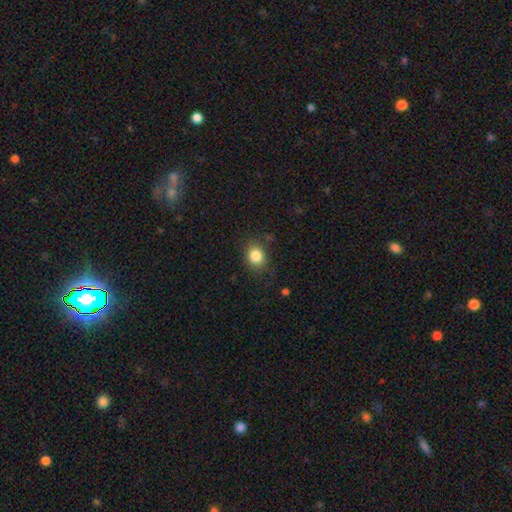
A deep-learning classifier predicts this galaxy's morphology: Smooth or featured? smooth (84%)
How rounded? round (64%)
Merging? none (81%)